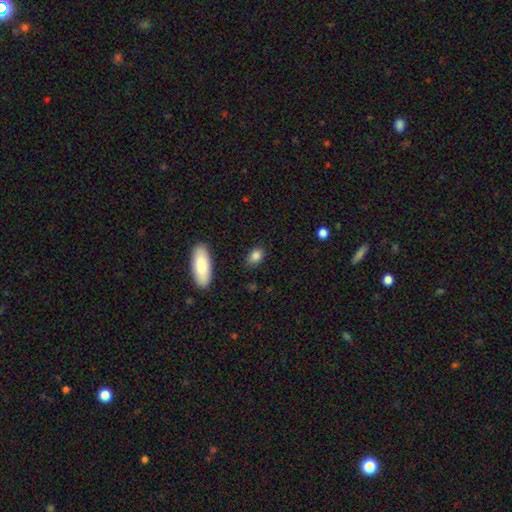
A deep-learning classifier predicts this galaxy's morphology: Smooth or featured? smooth (86%)
How rounded? in between (79%)
Merging? none (83%)